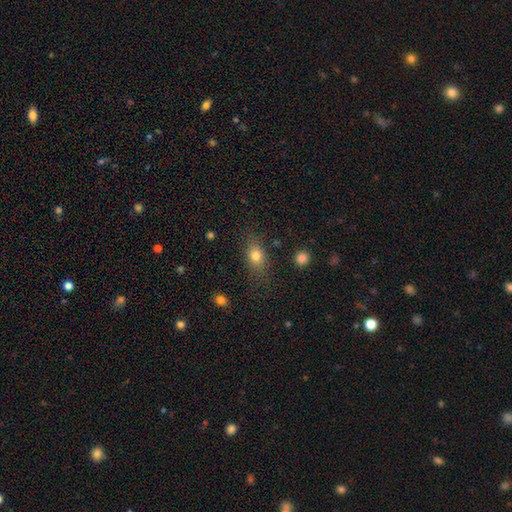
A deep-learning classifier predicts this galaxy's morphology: smooth_or_featured: smooth (p=0.79) [alt: featured or disk p=0.11]
how_rounded: in between (p=0.69) [alt: round p=0.24]
merging: none (p=0.75) [alt: minor disturbance p=0.16]